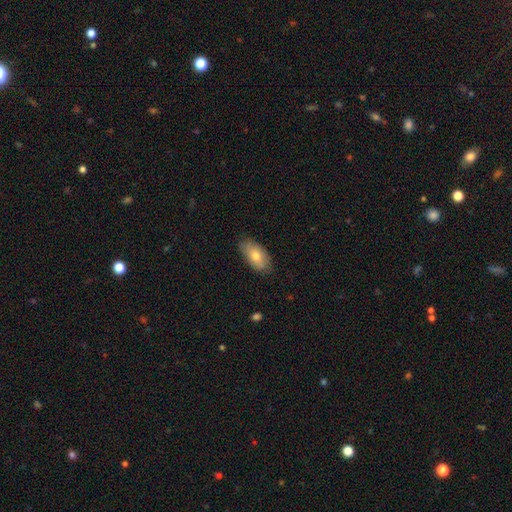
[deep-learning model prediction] smooth 74%, featured or disk 19%, star or artifact 6%. Down the decision tree: how rounded — in between (92%); merging — none (81%).